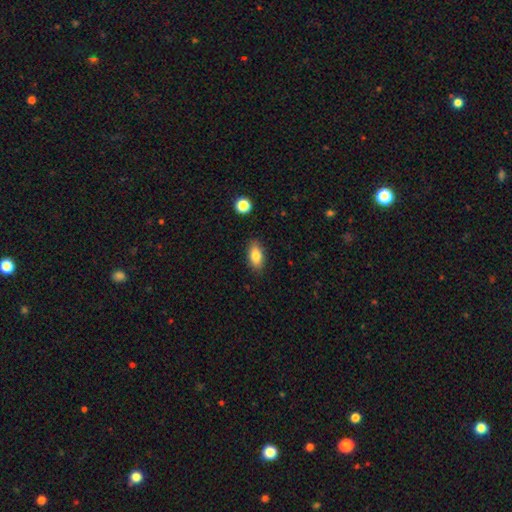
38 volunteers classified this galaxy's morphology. Volunteers were most divided on "merging": none: 63%, minor disturbance: 26%, major disturbance: 6%, merger: 6%. More confident: smooth or featured — smooth (79%); how rounded — in between (63%).